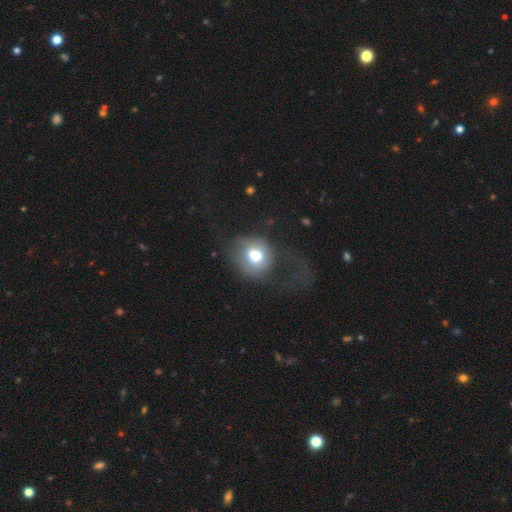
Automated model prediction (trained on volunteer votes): Morphology: type=smooth (70%); roundness=round (66%); merging=major disturbance (42%).